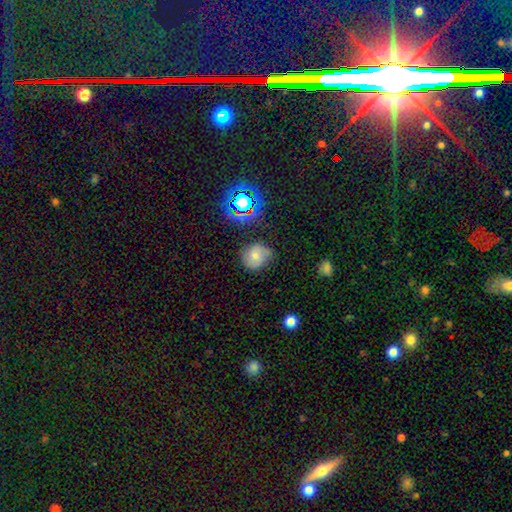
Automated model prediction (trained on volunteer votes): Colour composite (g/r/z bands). It shows a smooth galaxy with no disk features (53%) that is round (79%). Merging: none (62%).